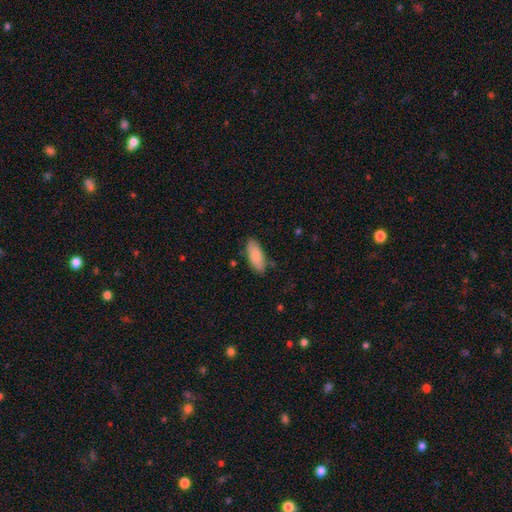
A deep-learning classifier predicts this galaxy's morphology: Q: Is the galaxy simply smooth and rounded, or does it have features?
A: smooth — 86%.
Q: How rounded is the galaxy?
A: in between — 82%.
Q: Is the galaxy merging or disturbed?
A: none — 82%.